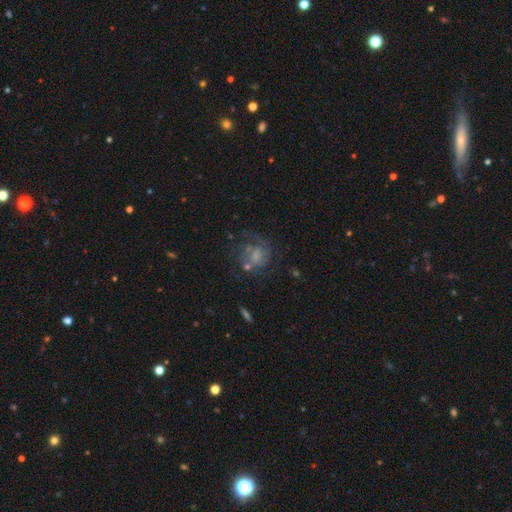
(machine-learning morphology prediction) Smooth or featured?
  - featured or disk: 61% *
  - smooth: 28%
  - star or artifact: 11%
Edge-on disk?
  - no: 97% *
  - yes: 3%
Bar?
  - no: 60% *
  - weak: 34%
  - strong: 7%
Spiral arms?
  - yes: 73% *
  - no: 27%
Bulge size?
  - small: 37% *
  - none: 29%
  - moderate: 26%
  - large: 7%
  - dominant: 2%
Merging?
  - none: 47% *
  - major disturbance: 26%
  - minor disturbance: 20%
  - merger: 8%